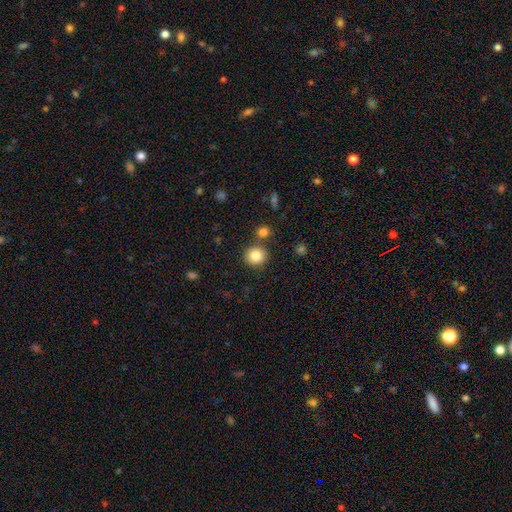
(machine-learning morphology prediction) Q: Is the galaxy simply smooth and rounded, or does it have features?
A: smooth — 83%.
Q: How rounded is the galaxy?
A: round — 89%.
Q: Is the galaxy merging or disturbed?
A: none — 82%.